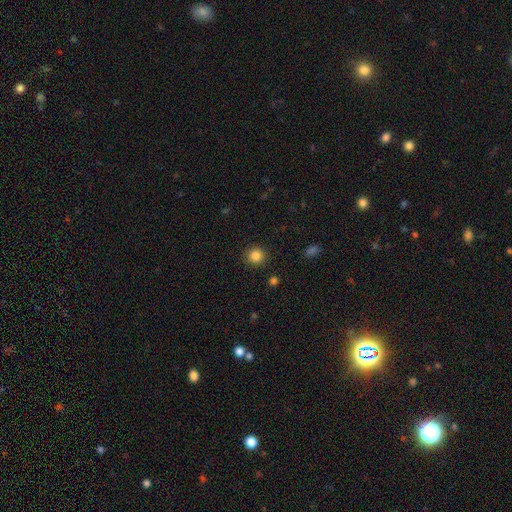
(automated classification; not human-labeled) smooth_or_featured: smooth (p=0.85) [alt: star or artifact p=0.11]
how_rounded: round (p=0.93) [alt: in between p=0.06]
merging: none (p=0.91) [alt: minor disturbance p=0.06]